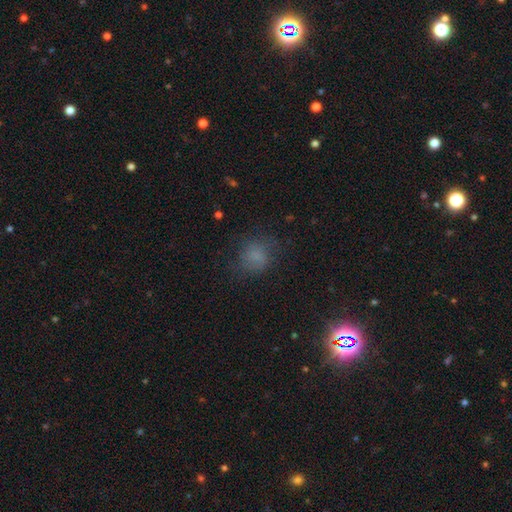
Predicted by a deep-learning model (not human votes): A smooth galaxy with no disk features (68%) that is round (65%).

Vote fractions:
- Smooth or featured? smooth: 68% / star or artifact: 18% / featured or disk: 13%
- How rounded? round: 65% / in between: 34% / cigar-shaped: 1%
- Merging? none: 66% / minor disturbance: 20% / major disturbance: 12% / merger: 1%